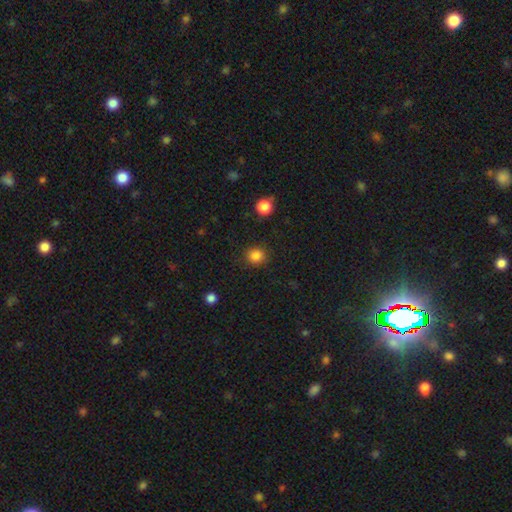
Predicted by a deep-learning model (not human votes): A smooth galaxy with no disk features (85%) that is round (87%).

Vote fractions:
- Smooth or featured? smooth: 85% / star or artifact: 12% / featured or disk: 4%
- How rounded? round: 87% / in between: 12% / cigar-shaped: 1%
- Merging? none: 89% / minor disturbance: 7% / major disturbance: 3% / merger: 1%